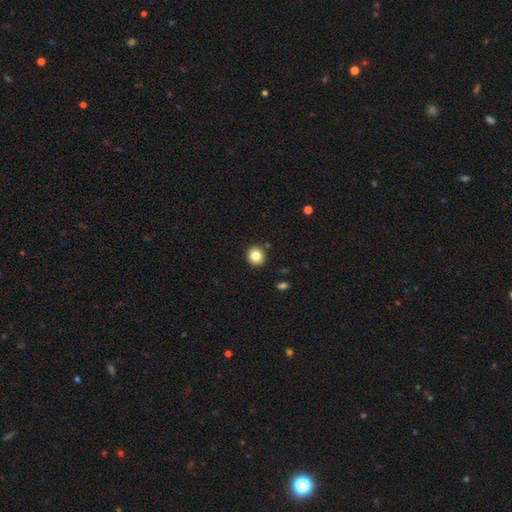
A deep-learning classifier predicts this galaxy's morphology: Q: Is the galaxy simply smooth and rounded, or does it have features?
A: smooth — 84%.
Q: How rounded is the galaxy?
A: round — 87%.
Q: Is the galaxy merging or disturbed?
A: none — 90%.